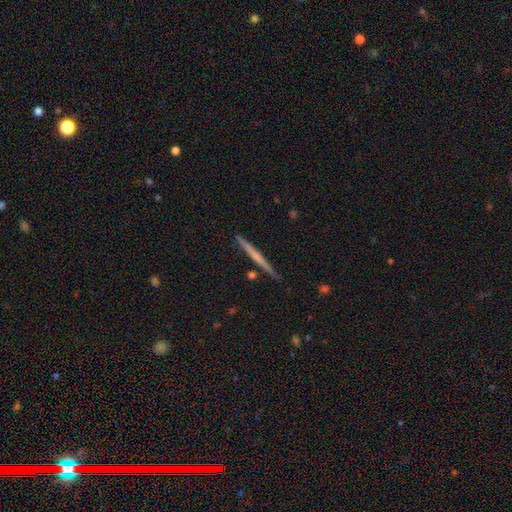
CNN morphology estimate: Smooth or featured: featured or disk — 53% (smooth — 42%)
Edge-on disk: yes — 98% (no — 2%)
Edge-on bulge: none — 81% (rounded — 14%)
Merging: none — 90% (minor disturbance — 7%)